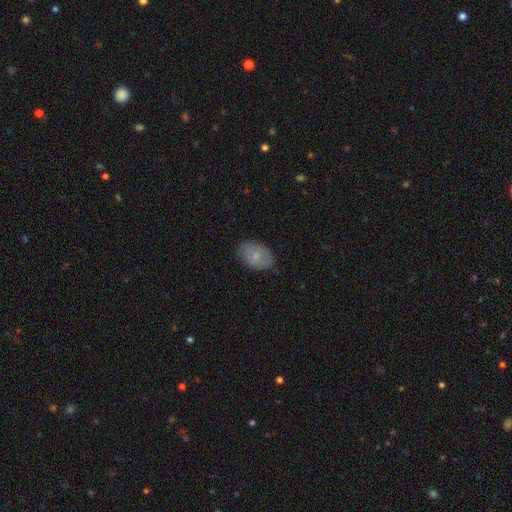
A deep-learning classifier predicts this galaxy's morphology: A smooth galaxy with no disk features (73%) that is in between round and cigar-shaped (84%). Merging: none (82%).